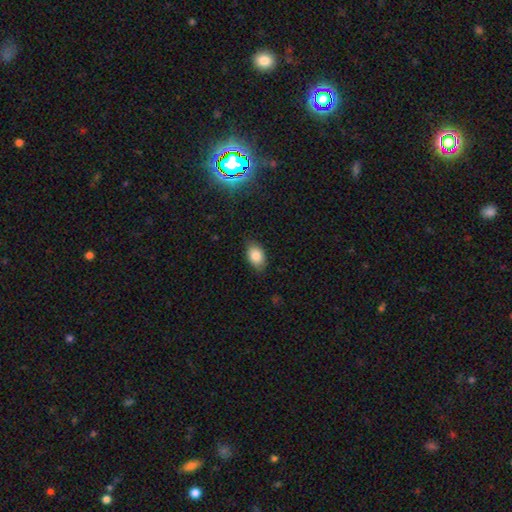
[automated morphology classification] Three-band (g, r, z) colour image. It shows a smooth galaxy with no disk features (84%) that is in between round and cigar-shaped (87%). Merging: none (79%).